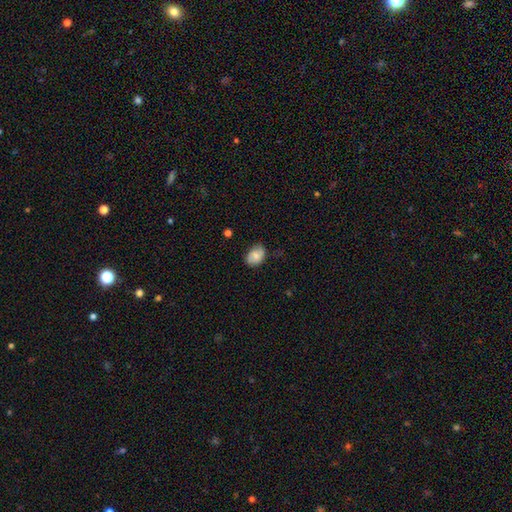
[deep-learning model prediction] Q: Smooth or featured?
A: smooth (71%); runner-up: featured or disk (21%)
Q: How rounded?
A: in between (74%); runner-up: round (25%)
Q: Merging?
A: none (69%); runner-up: minor disturbance (25%)